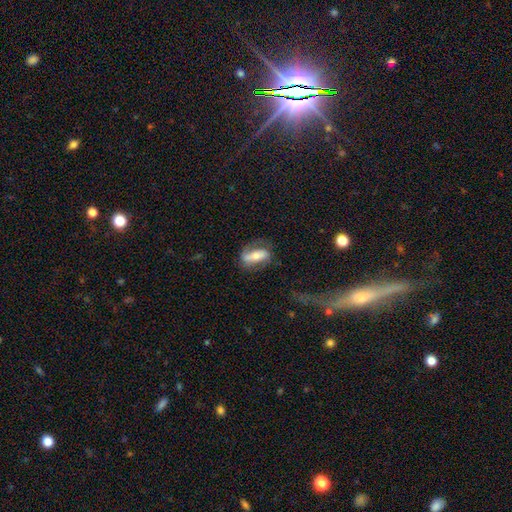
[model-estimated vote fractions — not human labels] smooth-or-featured: featured or disk: 59% | smooth: 34% | star or artifact: 7%
  disk-edge-on: no: 84% | yes: 16%
  merging: none: 64% | minor disturbance: 21% | major disturbance: 13% | merger: 2%